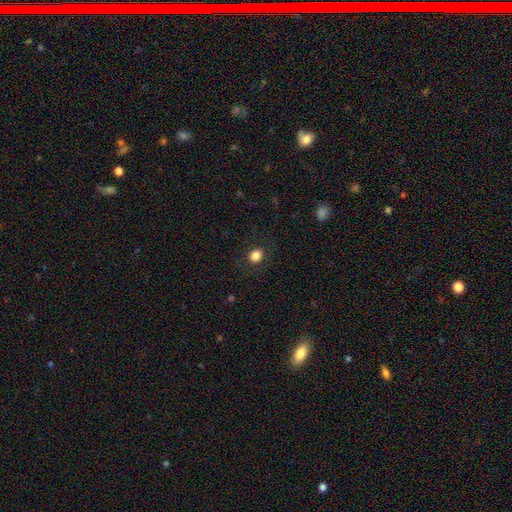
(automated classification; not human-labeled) Morphology: type=smooth (85%); roundness=round (57%); merging=none (87%).